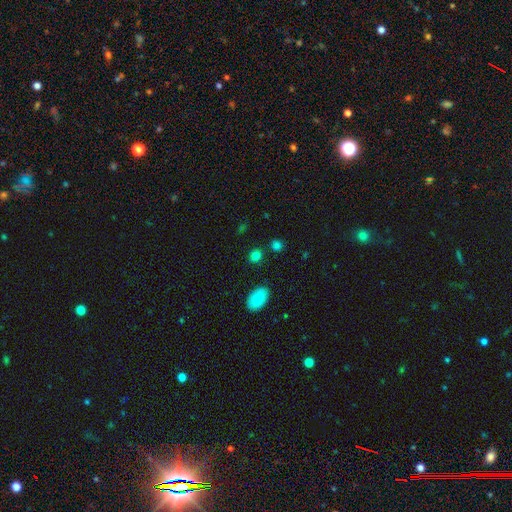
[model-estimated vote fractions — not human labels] smooth 83%, star or artifact 13%, featured or disk 4%. Down the decision tree: how rounded — round (65%); merging — none (83%).